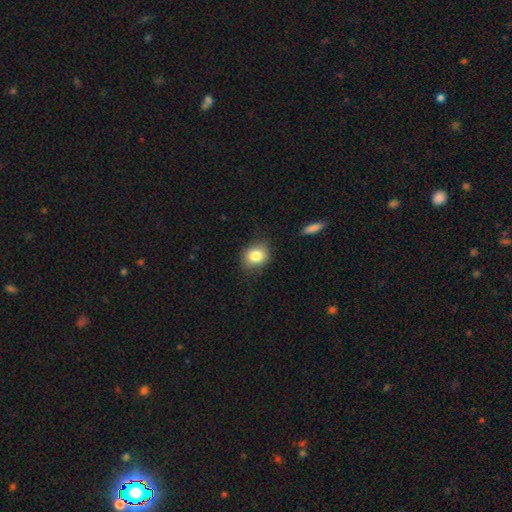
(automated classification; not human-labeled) This appears to be a smooth galaxy with no disk features (83%) that is round (60%). Merging: none (80%).